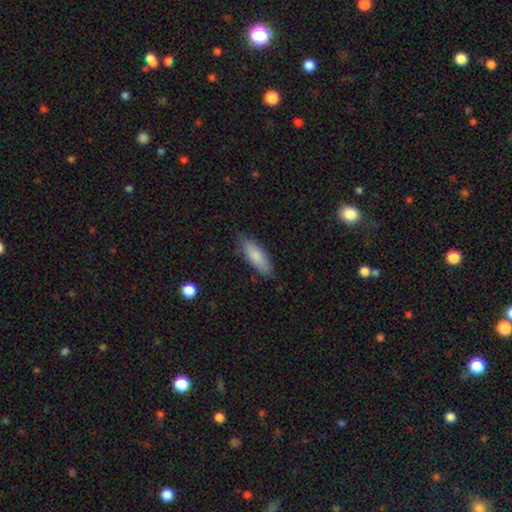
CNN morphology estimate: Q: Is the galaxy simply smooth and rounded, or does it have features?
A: smooth — 80%.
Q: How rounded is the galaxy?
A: in between — 57%.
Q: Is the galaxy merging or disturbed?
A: none — 80%.